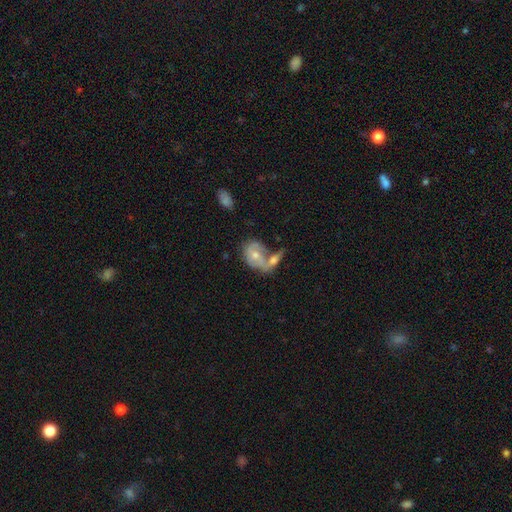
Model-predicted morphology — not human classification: Smooth or featured?
  - smooth: 47% * (tied)
  - featured or disk: 47% * (tied)
  - star or artifact: 7%
Merging?
  - merger: 55% *
  - none: 23%
  - minor disturbance: 13%
  - major disturbance: 9%